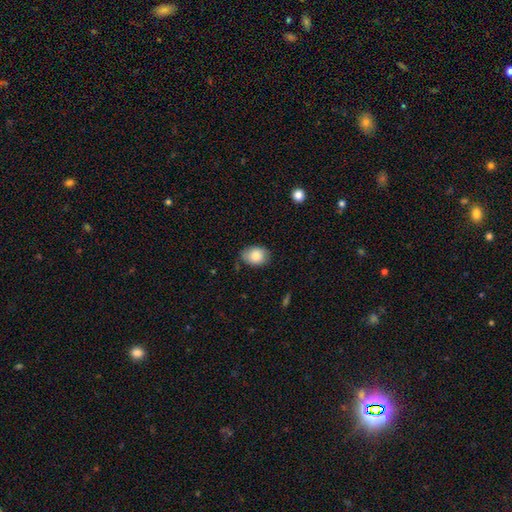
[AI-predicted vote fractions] Smooth or featured? smooth (85%)
How rounded? in between (68%)
Merging? none (75%)